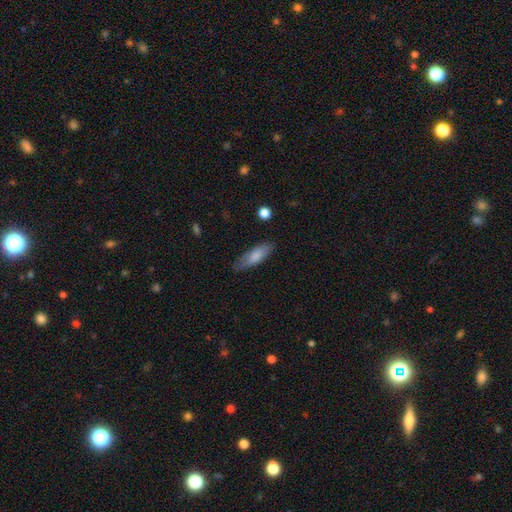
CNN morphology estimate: Smooth or featured? smooth (78%)
How rounded? in between (53%)
Merging? none (76%)